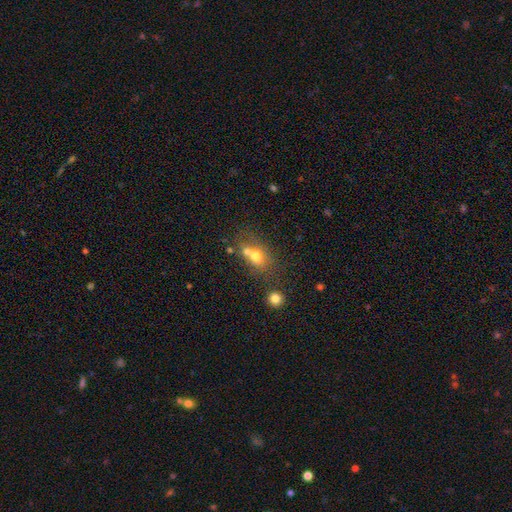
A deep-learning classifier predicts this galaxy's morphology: Smooth or featured: smooth — 68% (featured or disk — 19%)
How rounded: in between — 50% (round — 48%)
Merging: merger — 46% (none — 37%)